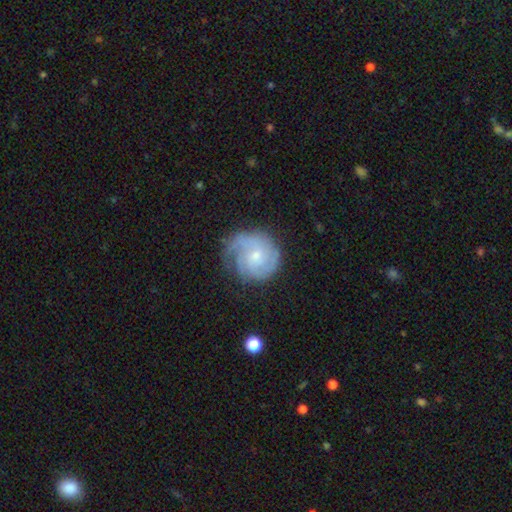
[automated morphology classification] Smooth or featured? featured or disk (78%)
Edge-on disk? no (98%)
Bar? no (71%)
Spiral arms? yes (95%)
Spiral winding? tight (62%)
Spiral arm count? 3 (29%)
Bulge size? small (62%)
Merging? none (66%)